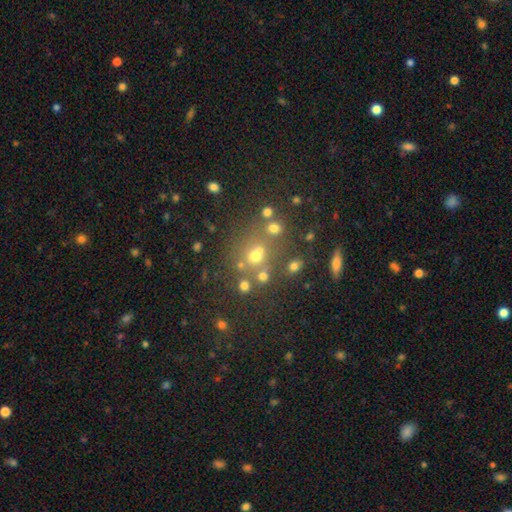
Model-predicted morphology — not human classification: A smooth galaxy with no disk features (56%) that is round (78%). Merging: none (56%).